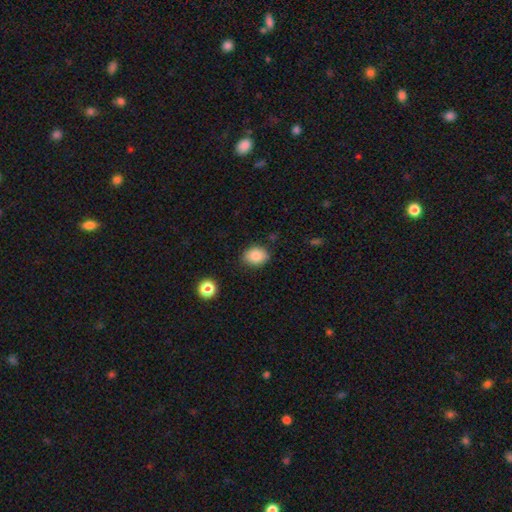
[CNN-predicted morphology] The model was most divided on "how rounded": in between: 59%, round: 40%, cigar-shaped: 1%. More confident: smooth or featured — smooth (85%); merging — none (83%).